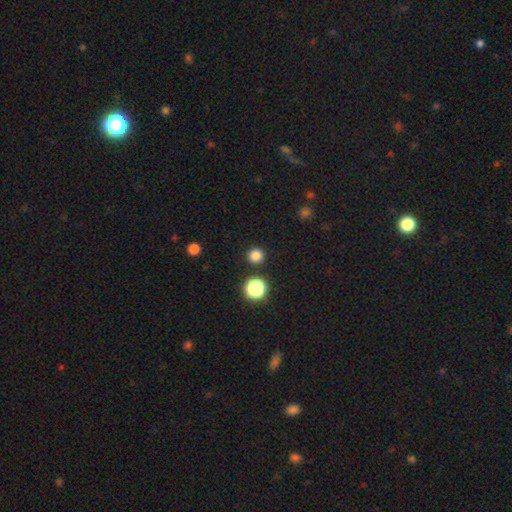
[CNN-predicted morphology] Smooth or featured? Predicted: smooth (p=0.81). How rounded? Predicted: round (p=0.95). Merging? Predicted: none (p=0.91).